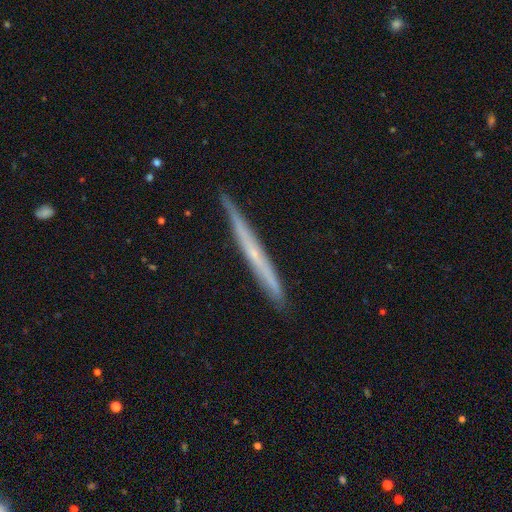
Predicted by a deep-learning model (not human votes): smooth-or-featured: featured or disk: 59% | smooth: 34% | star or artifact: 7%
  disk-edge-on: yes: 96% | no: 4%
    edge-on-bulge: none: 76% | rounded: 21% | boxy: 3%
  merging: none: 90% | minor disturbance: 8% | major disturbance: 1% | merger: 1%